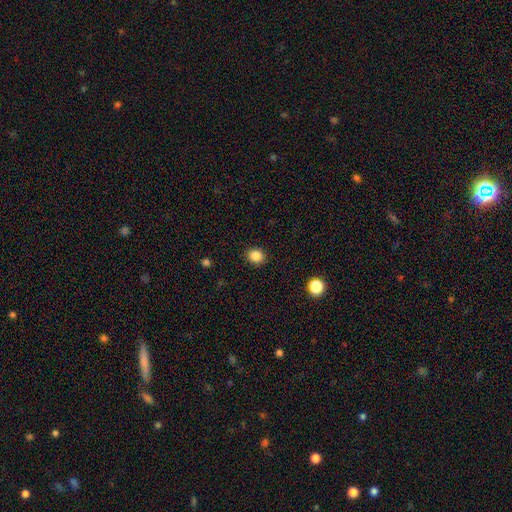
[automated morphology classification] smooth-or-featured: smooth: 86% | star or artifact: 11% | featured or disk: 4%
  how-rounded: round: 77% | in between: 22% | cigar-shaped: 1%
  merging: none: 91% | minor disturbance: 6% | major disturbance: 2% | merger: 1%